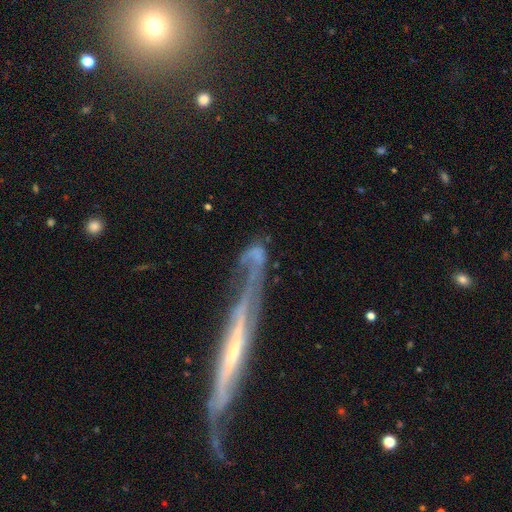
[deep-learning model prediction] A featured or disk galaxy (48%).

Vote fractions:
- Smooth or featured? featured or disk: 48% / smooth: 32% / star or artifact: 20%
- Merging? major disturbance: 40% / merger: 27% / none: 21% / minor disturbance: 12%